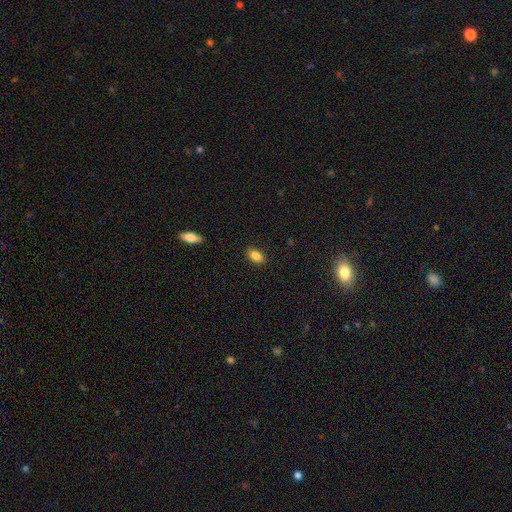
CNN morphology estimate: smooth_or_featured: smooth (p=0.86) [alt: star or artifact p=0.09]
how_rounded: in between (p=0.88) [alt: round p=0.10]
merging: none (p=0.88) [alt: minor disturbance p=0.08]